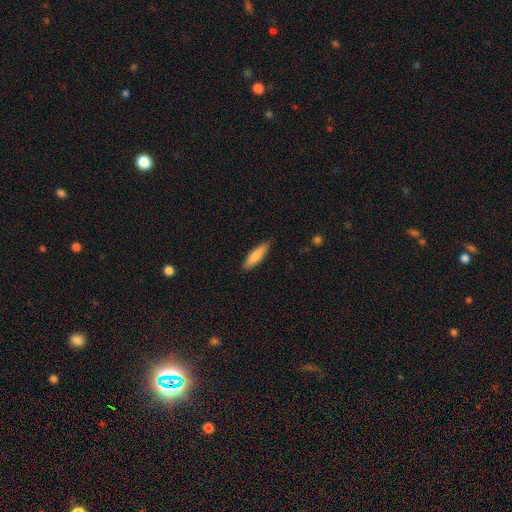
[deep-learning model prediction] Morphology: type=smooth (80%); roundness=cigar-shaped (70%); merging=none (84%).